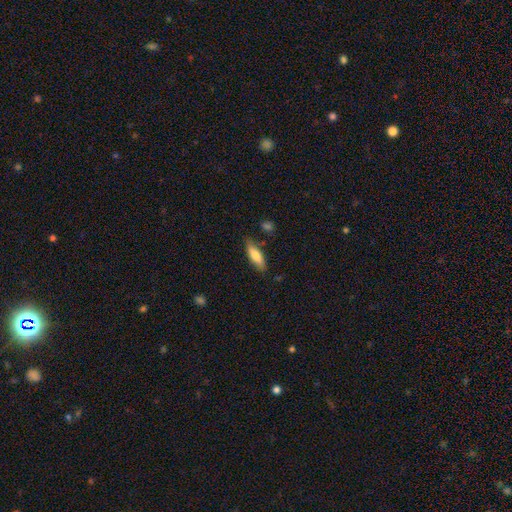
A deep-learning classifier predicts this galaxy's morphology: smooth 78%, featured or disk 15%, star or artifact 6%. Down the decision tree: how rounded — in between (57%); merging — none (75%).